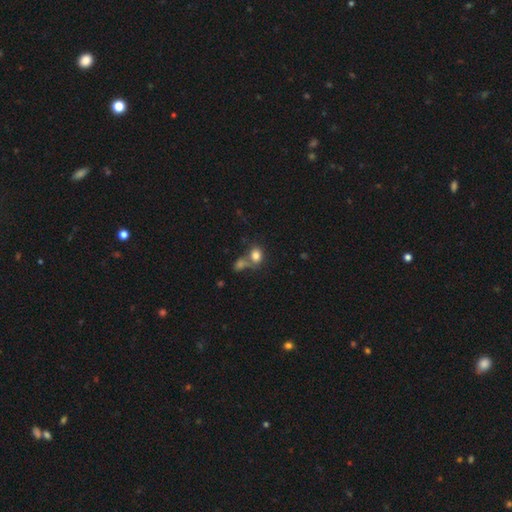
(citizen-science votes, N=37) Volunteers were most divided on "how rounded": in between: 62%, round: 38%, cigar-shaped: 0%. More confident: smooth or featured — smooth (86%); merging — merger (56%).